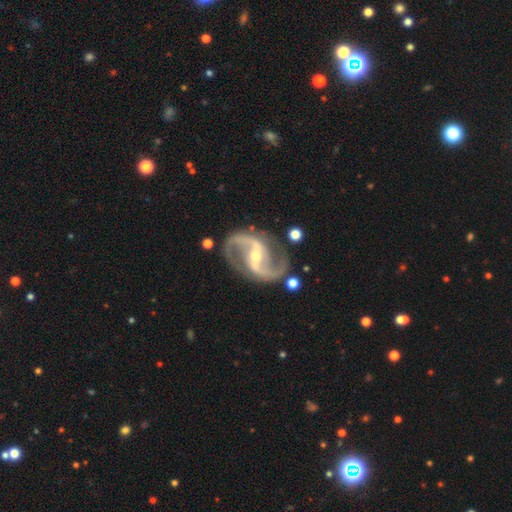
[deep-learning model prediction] Smooth or featured? featured or disk (93%)
Edge-on disk? no (98%)
Bar? strong (50%)
Spiral arms? yes (98%)
Spiral winding? medium (54%)
Spiral arm count? 2 (94%)
Bulge size? small (63%)
Merging? none (80%)